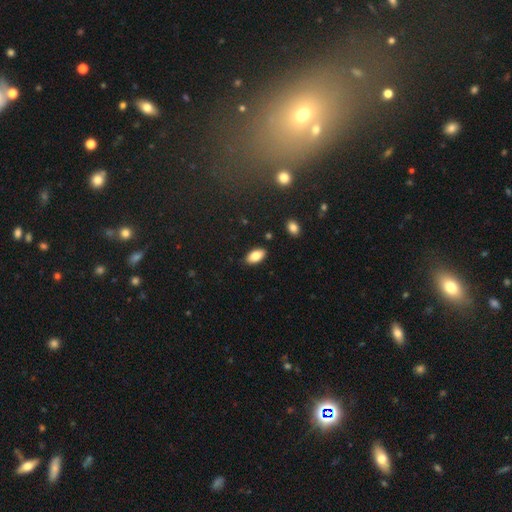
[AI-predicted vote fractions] Overall: smooth (83%). How rounded: in between (93%). Merging: none (87%).